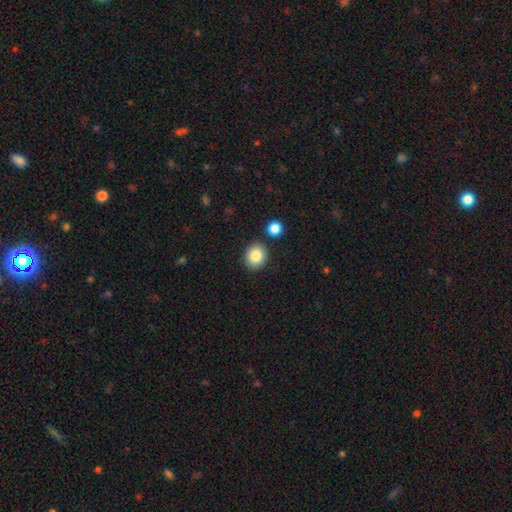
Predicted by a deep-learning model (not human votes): Smooth or featured?
  - smooth: 85% *
  - star or artifact: 9%
  - featured or disk: 7%
How rounded?
  - round: 72% *
  - in between: 27%
  - cigar-shaped: 1%
Merging?
  - none: 86% *
  - minor disturbance: 7%
  - merger: 5%
  - major disturbance: 2%